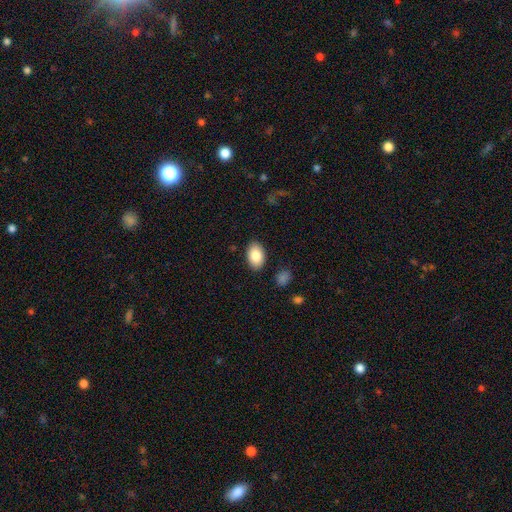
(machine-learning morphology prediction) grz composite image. It shows a smooth galaxy with no disk features (85%) that is in between round and cigar-shaped (91%). Merging: none (87%).